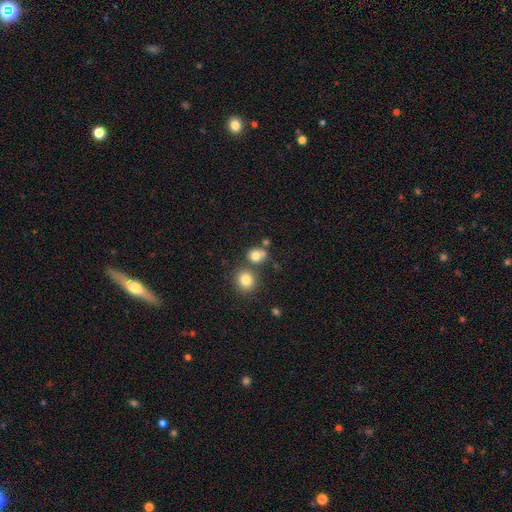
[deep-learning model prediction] This is likely a smooth galaxy (78%). How rounded: likely round (78%). Merging: possibly none (57%).